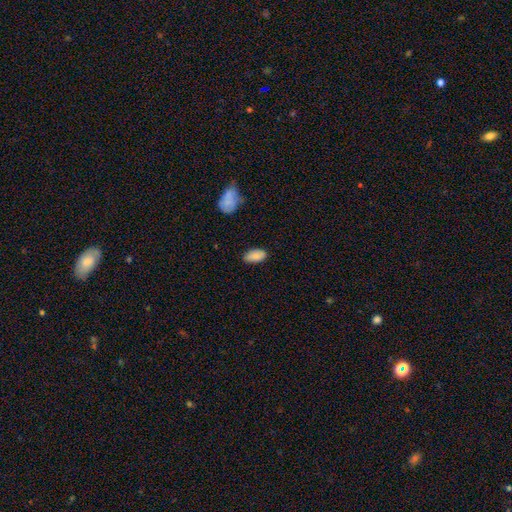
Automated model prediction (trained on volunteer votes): Smooth or featured? smooth (84%)
How rounded? in between (93%)
Merging? none (81%)